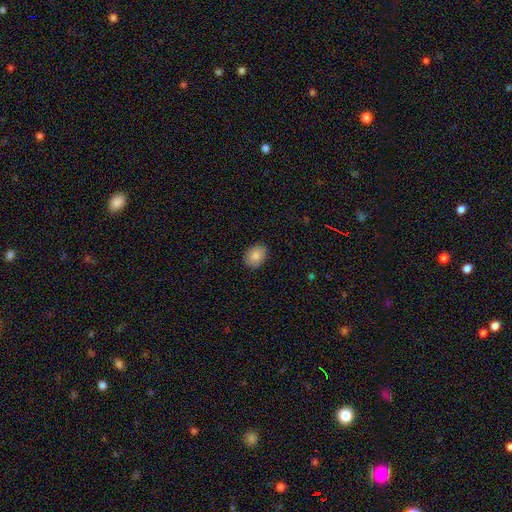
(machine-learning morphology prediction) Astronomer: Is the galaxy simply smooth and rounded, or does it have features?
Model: smooth — 84%.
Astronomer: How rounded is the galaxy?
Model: in between — 61% (runner-up: round, 38%).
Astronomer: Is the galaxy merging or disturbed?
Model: none — 88%.